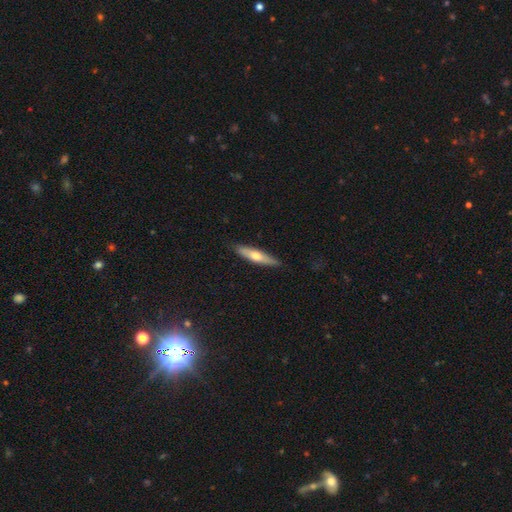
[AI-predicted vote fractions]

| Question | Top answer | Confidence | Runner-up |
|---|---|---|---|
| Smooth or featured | smooth | 52% | featured or disk (42%) |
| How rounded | cigar-shaped | 79% | in between (19%) |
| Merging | none | 87% | minor disturbance (10%) |